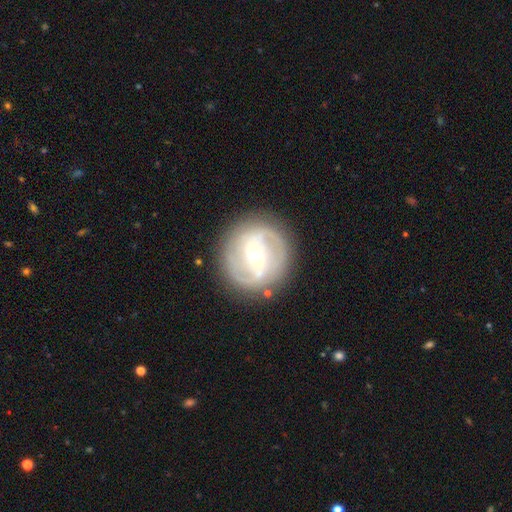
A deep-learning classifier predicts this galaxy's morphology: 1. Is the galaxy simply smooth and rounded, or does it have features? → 80% featured or disk, 14% smooth, 6% star or artifact.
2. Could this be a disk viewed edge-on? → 96% no, 4% yes.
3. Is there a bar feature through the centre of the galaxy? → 42% weak, 41% strong, 17% no.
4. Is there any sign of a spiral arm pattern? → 87% yes, 13% no.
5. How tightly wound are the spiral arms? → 42% medium, 39% tight, 19% loose.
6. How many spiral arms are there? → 71% 2, 13% can't tell, 9% 3, 3% 1, 2% 4, 2% more than 4.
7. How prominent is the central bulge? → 61% moderate, 33% small, 4% large, 1% dominant, 1% none.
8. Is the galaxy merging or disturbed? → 84% none, 11% minor disturbance, 4% major disturbance, 1% merger.